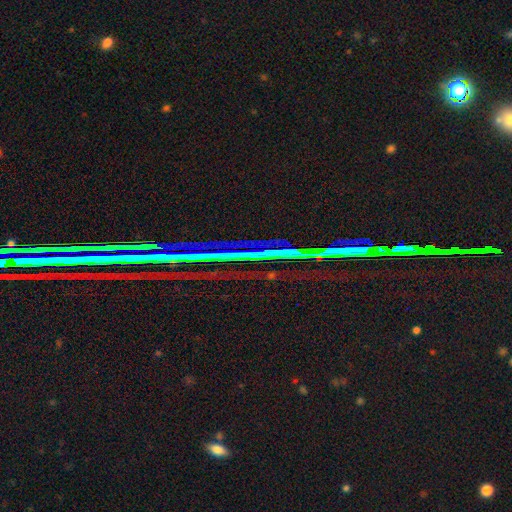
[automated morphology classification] star or artifact 86%, featured or disk 7%, smooth 6%.